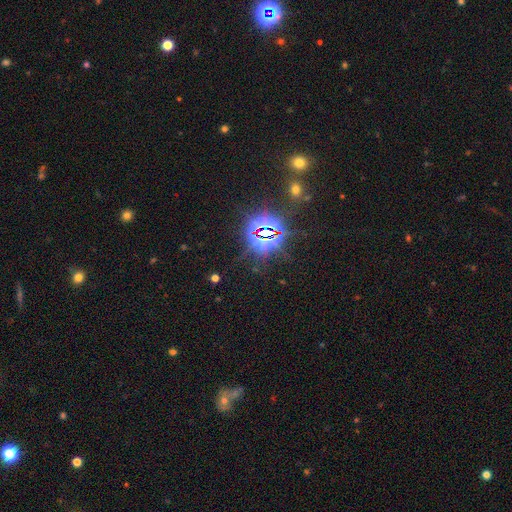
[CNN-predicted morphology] The model was most divided on "smooth or featured": star or artifact: 82%, smooth: 11%, featured or disk: 8%.